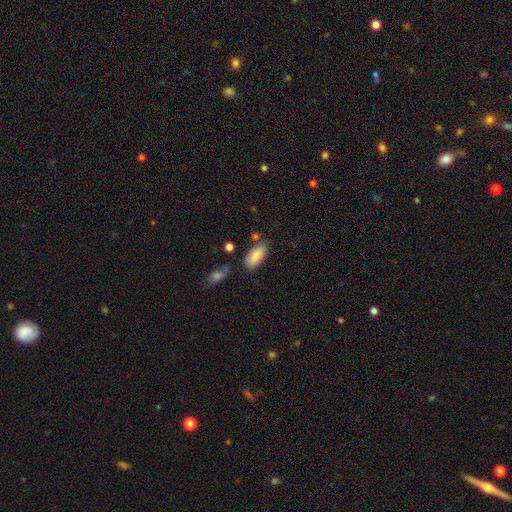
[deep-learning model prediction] This is clearly a smooth galaxy (84%). How rounded: clearly in between (92%). Merging: likely none (73%).